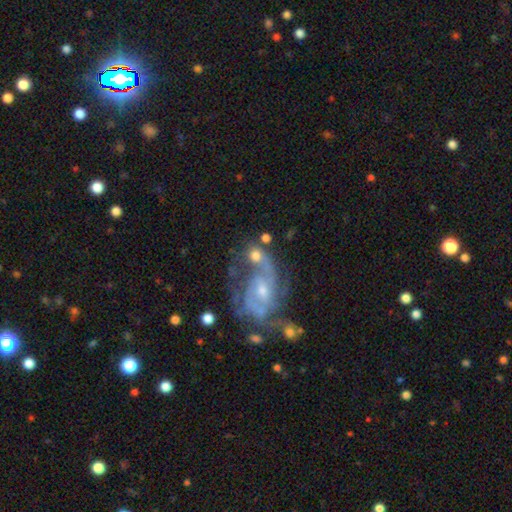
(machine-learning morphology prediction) featured or disk 52%, smooth 38%, star or artifact 11%. Down the decision tree: edge-on disk — no (96%); merging — none (41%).